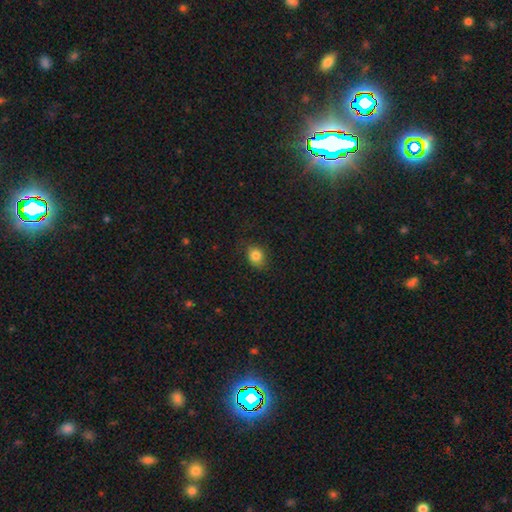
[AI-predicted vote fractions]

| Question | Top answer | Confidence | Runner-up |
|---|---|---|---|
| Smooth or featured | smooth | 83% | star or artifact (11%) |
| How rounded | round | 52% | in between (47%) |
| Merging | none | 78% | minor disturbance (16%) |